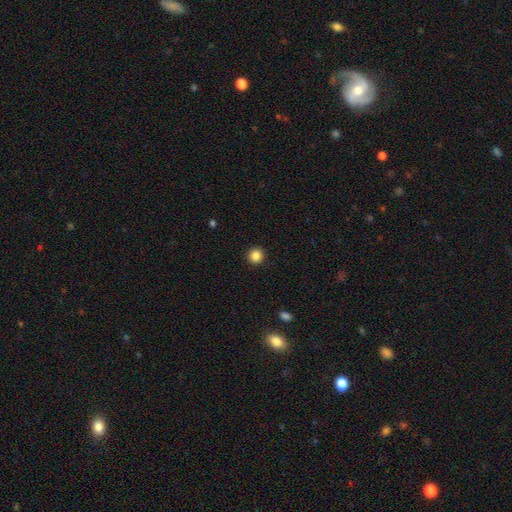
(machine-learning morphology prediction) The model was most divided on "smooth or featured": smooth: 86%, star or artifact: 11%, featured or disk: 4%. More confident: how rounded — round (94%); merging — none (93%).